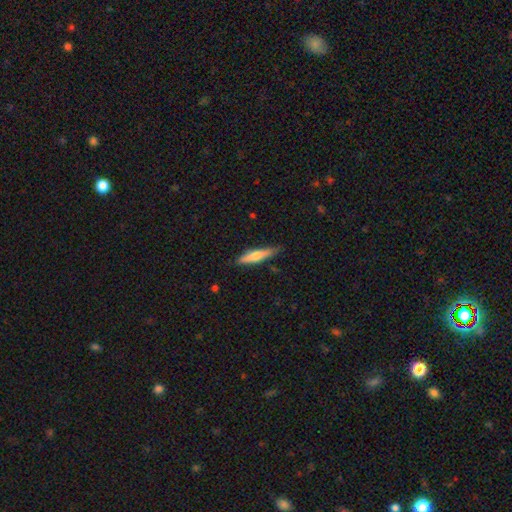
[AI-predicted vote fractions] Smooth or featured: smooth — 59% (featured or disk — 35%)
How rounded: cigar-shaped — 84% (in between — 14%)
Merging: none — 80% (minor disturbance — 16%)